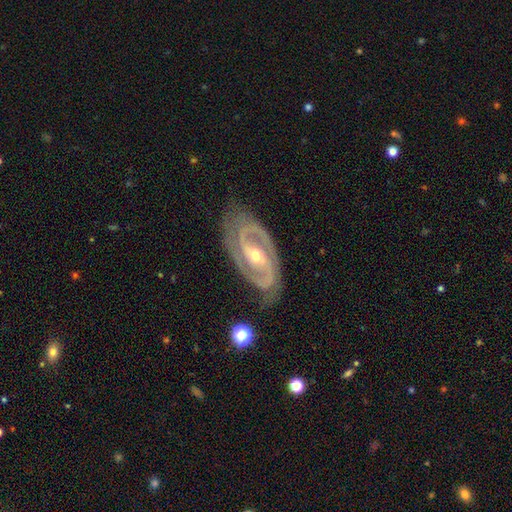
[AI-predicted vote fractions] smooth-or-featured: featured or disk: 93% | star or artifact: 4% | smooth: 3%
  disk-edge-on: no: 96% | yes: 4%
    bar: weak: 35% | no: 33% | strong: 32%
    has-spiral-arms: yes: 98% | no: 2%
      spiral-winding: tight: 49% | medium: 44% | loose: 7%
      spiral-arm-count: 2: 91% | 3: 3% | can't tell: 2% | 1: 1% | 4: 1% | more than 4: 1%
    bulge-size: moderate: 58% | small: 38% | large: 2% | none: 1% | dominant: 1%
  merging: none: 77% | minor disturbance: 16% | major disturbance: 5% | merger: 2%